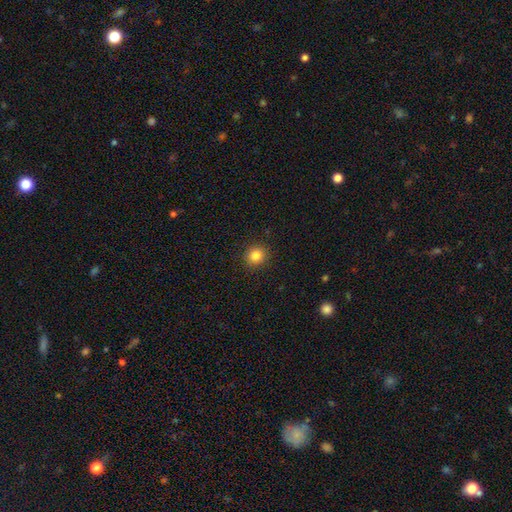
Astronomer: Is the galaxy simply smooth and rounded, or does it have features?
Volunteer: smooth — 95%.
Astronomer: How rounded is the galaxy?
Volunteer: round — 75%.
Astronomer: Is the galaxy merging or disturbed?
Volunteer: none — 100%.